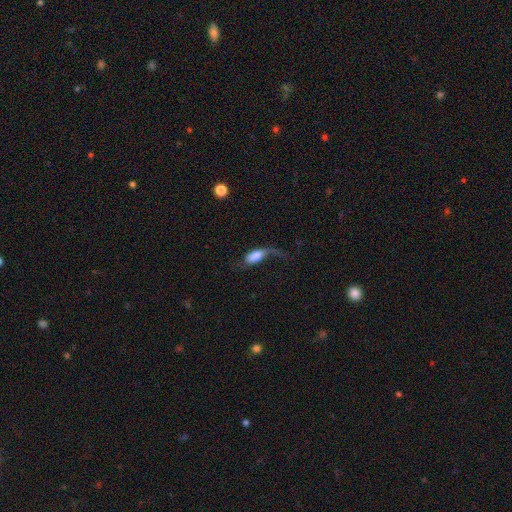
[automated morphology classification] This is possibly a smooth galaxy (54%). How rounded: likely in between (79%). Merging: possibly major disturbance (47%).